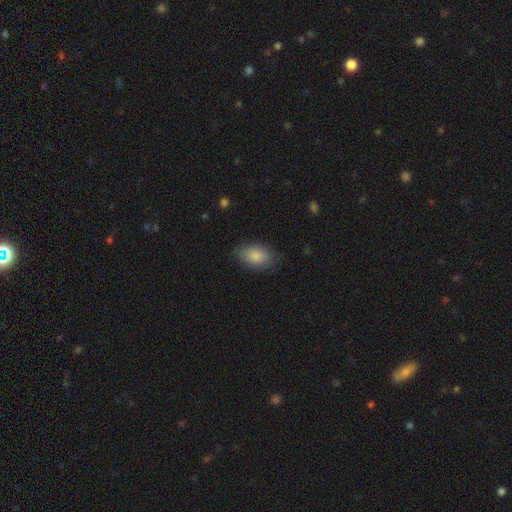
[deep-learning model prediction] Smooth or featured?
  - smooth: 86% *
  - featured or disk: 7%
  - star or artifact: 7%
How rounded?
  - in between: 90% *
  - round: 8%
  - cigar-shaped: 2%
Merging?
  - none: 80% *
  - minor disturbance: 15%
  - major disturbance: 4%
  - merger: 1%